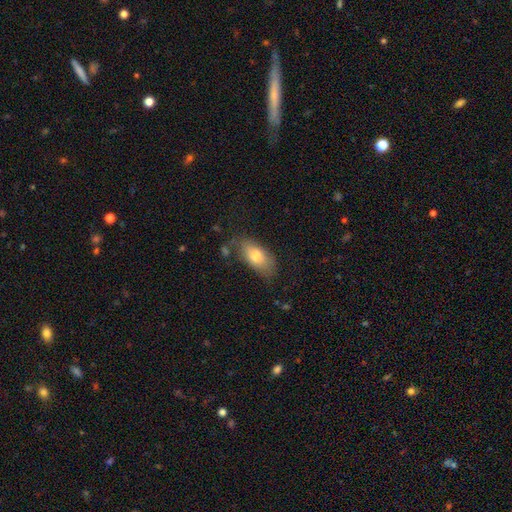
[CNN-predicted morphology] smooth_or_featured: smooth (p=0.77) [alt: featured or disk p=0.16]
how_rounded: in between (p=0.90) [alt: cigar-shaped p=0.06]
merging: none (p=0.69) [alt: minor disturbance p=0.22]